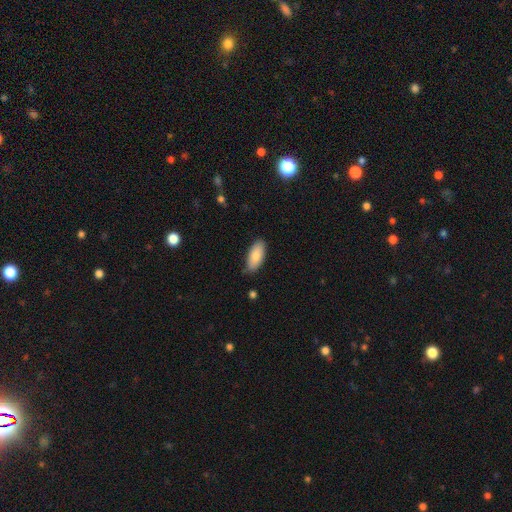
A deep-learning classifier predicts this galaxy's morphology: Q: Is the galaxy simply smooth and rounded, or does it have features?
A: smooth — 85%.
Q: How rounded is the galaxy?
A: in between — 88%.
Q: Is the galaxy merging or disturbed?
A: none — 81%.